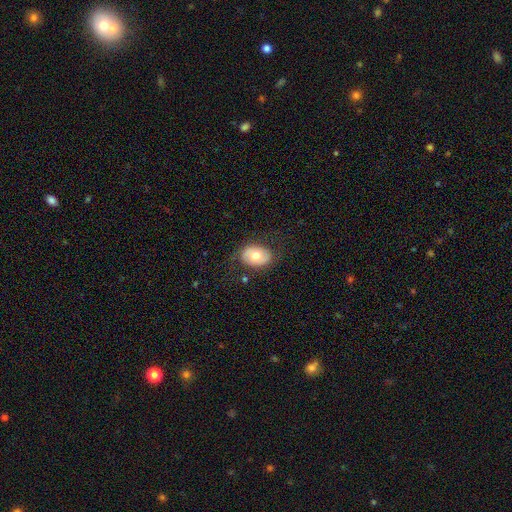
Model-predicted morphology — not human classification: This is likely a smooth galaxy (60%). How rounded: likely in between (76%). Merging: likely none (77%).